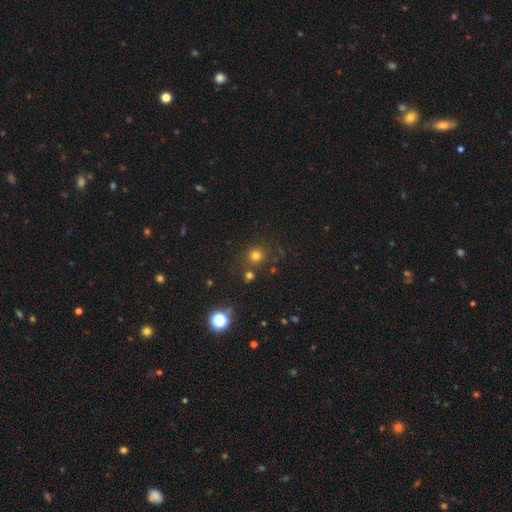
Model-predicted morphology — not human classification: smooth-or-featured: smooth: 72% | star or artifact: 21% | featured or disk: 7%
  how-rounded: round: 89% | in between: 10% | cigar-shaped: 1%
  merging: none: 77% | merger: 10% | minor disturbance: 9% | major disturbance: 4%